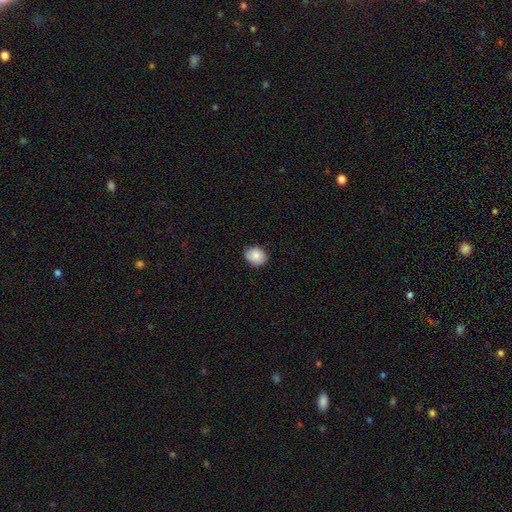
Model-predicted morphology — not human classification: Smooth or featured: smooth — 86% (star or artifact — 8%)
How rounded: round — 54% (in between — 46%)
Merging: none — 84% (minor disturbance — 13%)